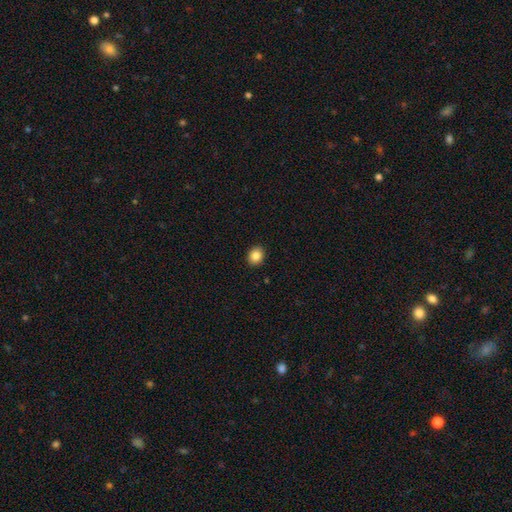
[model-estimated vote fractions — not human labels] Smooth or featured?
  - smooth: 85% *
  - star or artifact: 9%
  - featured or disk: 5%
How rounded?
  - round: 63% *
  - in between: 36%
  - cigar-shaped: 1%
Merging?
  - none: 91% *
  - minor disturbance: 6%
  - major disturbance: 2%
  - merger: 1%